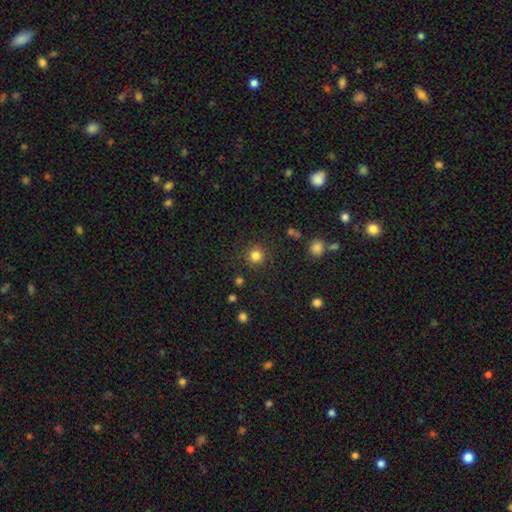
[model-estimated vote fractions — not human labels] Smooth or featured?
  - smooth: 83% *
  - star or artifact: 12%
  - featured or disk: 5%
How rounded?
  - round: 94% *
  - in between: 5%
  - cigar-shaped: 1%
Merging?
  - none: 88% *
  - minor disturbance: 7%
  - major disturbance: 3%
  - merger: 2%